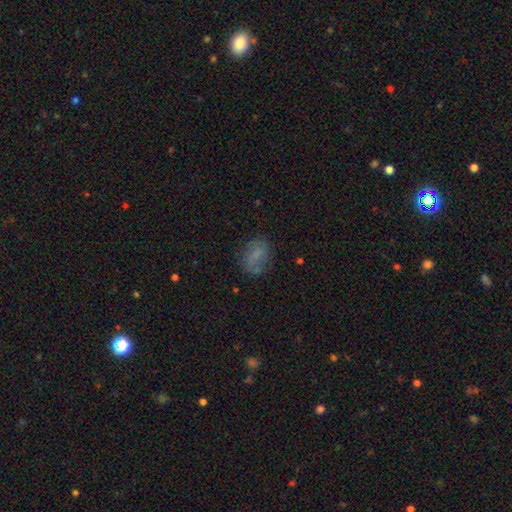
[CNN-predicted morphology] smooth 65%, featured or disk 23%, star or artifact 13%. Down the decision tree: how rounded — in between (69%); merging — none (67%).